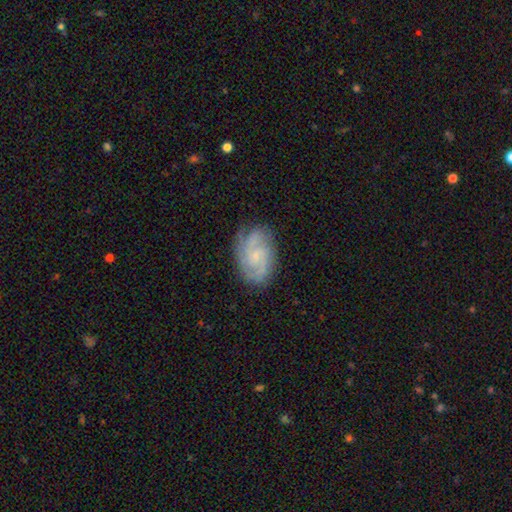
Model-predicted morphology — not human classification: Smooth or featured: featured or disk — 79% (smooth — 15%)
Edge-on disk: no — 97% (yes — 3%)
Bar: no — 64% (weak — 32%)
Spiral arms: yes — 96% (no — 4%)
Spiral winding: tight — 47% (medium — 42%)
Spiral arm count: 3 — 32% (2 — 26%)
Bulge size: small — 70% (moderate — 17%)
Merging: none — 75% (minor disturbance — 18%)